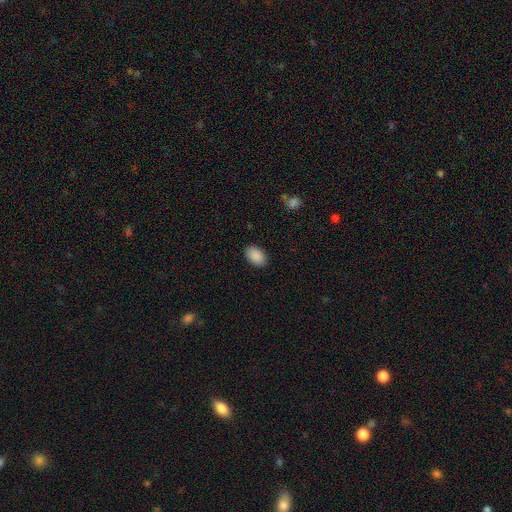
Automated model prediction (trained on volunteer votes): smooth_or_featured: smooth (p=0.90) [alt: star or artifact p=0.07]
how_rounded: in between (p=0.89) [alt: round p=0.10]
merging: none (p=0.88) [alt: minor disturbance p=0.08]